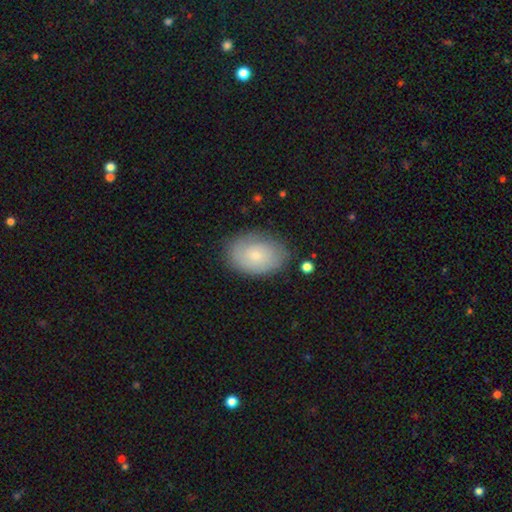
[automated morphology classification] Smooth or featured?
  - smooth: 58% *
  - featured or disk: 34%
  - star or artifact: 8%
How rounded?
  - in between: 81% *
  - round: 18%
  - cigar-shaped: 1%
Merging?
  - none: 76% *
  - minor disturbance: 17%
  - major disturbance: 5%
  - merger: 2%